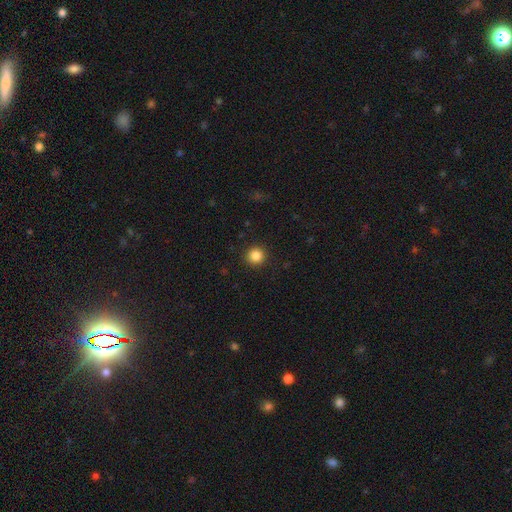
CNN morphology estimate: smooth 85%, star or artifact 11%, featured or disk 3%. Down the decision tree: how rounded — round (95%); merging — none (92%).